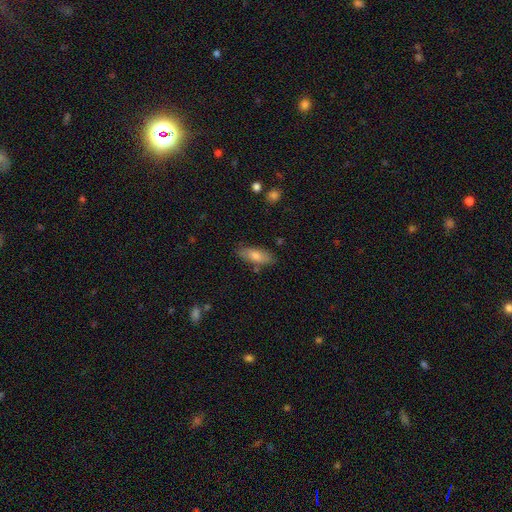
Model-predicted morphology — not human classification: smooth 73%, featured or disk 20%, star or artifact 7%. Down the decision tree: how rounded — in between (70%); merging — none (83%).